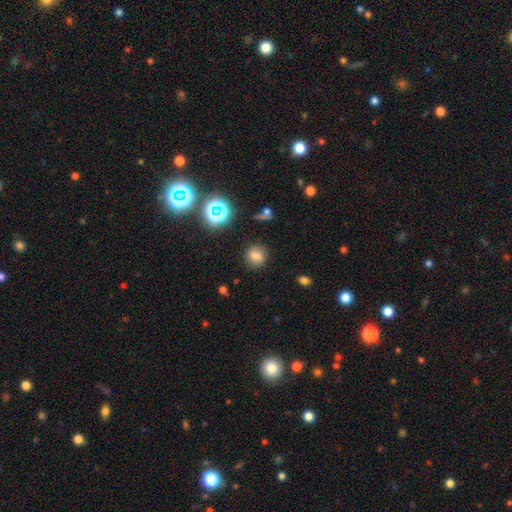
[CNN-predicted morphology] Smooth or featured? Predicted: smooth (p=0.71). How rounded? Predicted: round (p=0.79). Merging? Predicted: none (p=0.86).